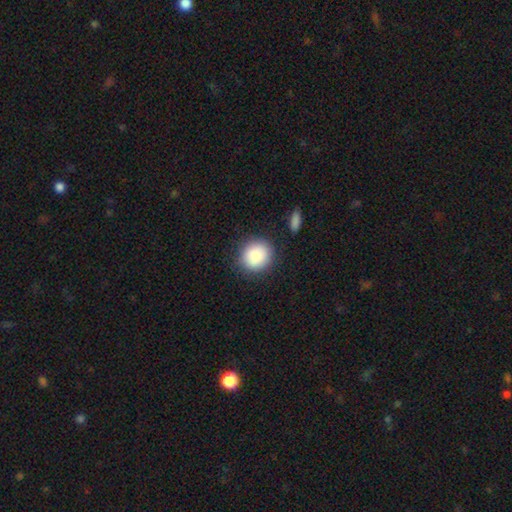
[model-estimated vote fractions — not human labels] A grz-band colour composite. It shows a smooth galaxy with no disk features (87%) that is round (81%). Merging: none (85%).